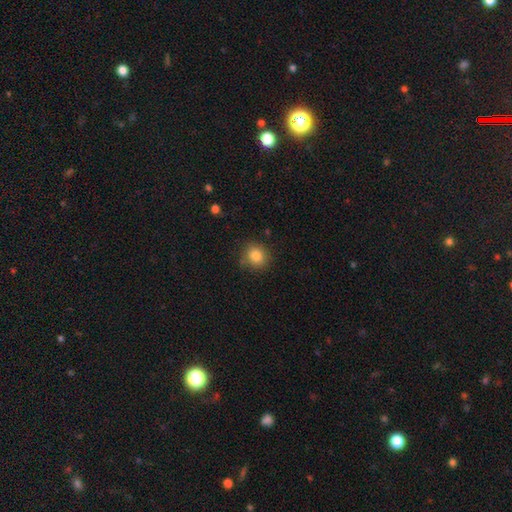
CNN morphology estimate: smooth-or-featured: smooth: 82% | star or artifact: 11% | featured or disk: 7%
  how-rounded: round: 86% | in between: 13% | cigar-shaped: 1%
  merging: none: 83% | minor disturbance: 12% | major disturbance: 3% | merger: 2%